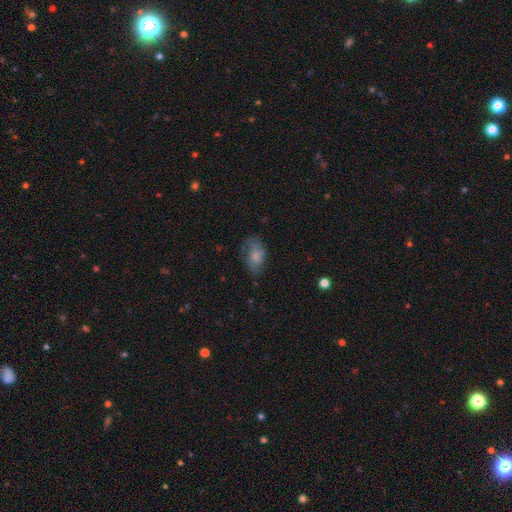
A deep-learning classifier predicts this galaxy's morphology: A smooth galaxy with no disk features (72%) that is in between round and cigar-shaped (89%). Merging: none (63%).